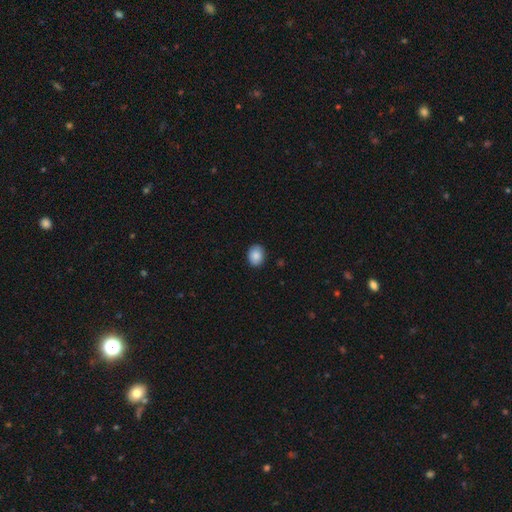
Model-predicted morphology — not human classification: type=smooth (88%); roundness=in between (56%); merging=none (89%).